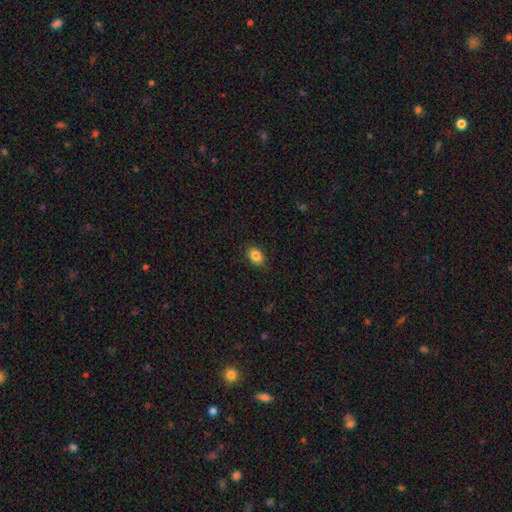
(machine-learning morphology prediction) smooth-or-featured: smooth: 86% | star or artifact: 9% | featured or disk: 5%
  how-rounded: in between: 73% | round: 26% | cigar-shaped: 1%
  merging: none: 87% | minor disturbance: 10% | major disturbance: 2% | merger: 1%